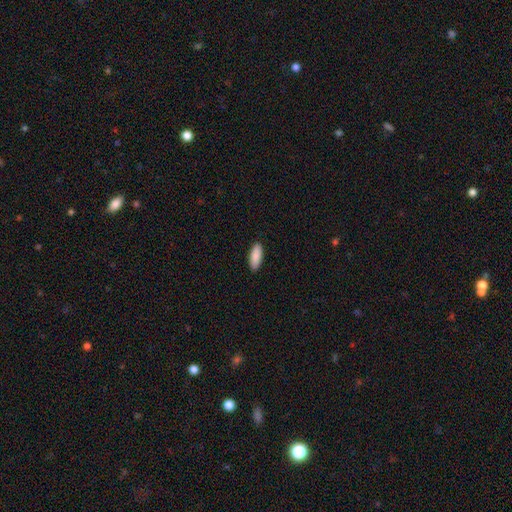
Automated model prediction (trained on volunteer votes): A smooth galaxy with no disk features (91%) that is in between round and cigar-shaped (75%).

Vote fractions:
- Smooth or featured? smooth: 91% / star or artifact: 6% / featured or disk: 4%
- How rounded? in between: 75% / cigar-shaped: 23% / round: 2%
- Merging? none: 90% / minor disturbance: 8% / major disturbance: 2% / merger: 1%